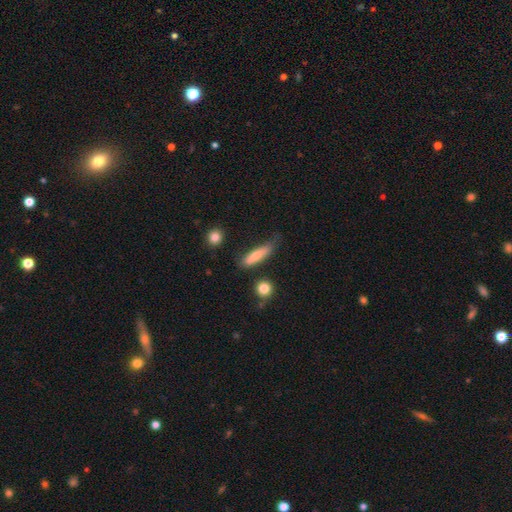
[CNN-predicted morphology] Smooth or featured: smooth — 74% (featured or disk — 19%)
How rounded: cigar-shaped — 72% (in between — 25%)
Merging: none — 66% (minor disturbance — 24%)